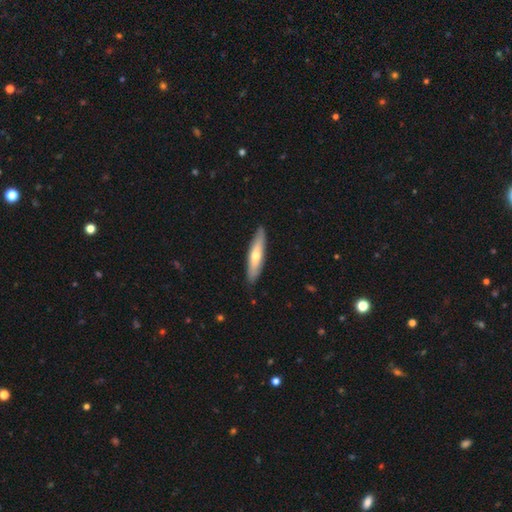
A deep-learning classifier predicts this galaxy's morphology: Smooth or featured: smooth — 56% (featured or disk — 39%)
How rounded: cigar-shaped — 78% (in between — 21%)
Merging: none — 88% (minor disturbance — 10%)